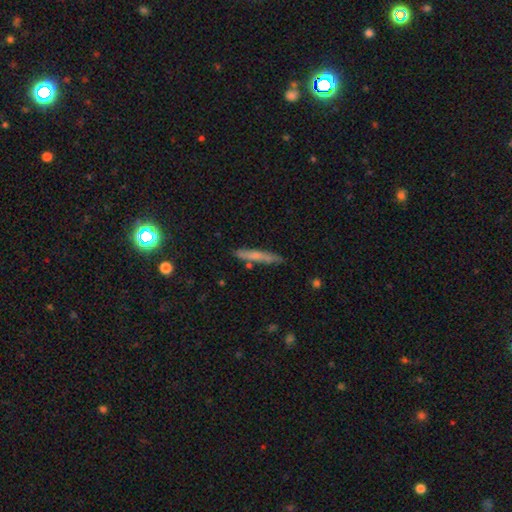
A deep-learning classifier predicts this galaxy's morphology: Smooth or featured: smooth — 62% (featured or disk — 30%)
How rounded: cigar-shaped — 94% (in between — 5%)
Merging: none — 81% (minor disturbance — 13%)